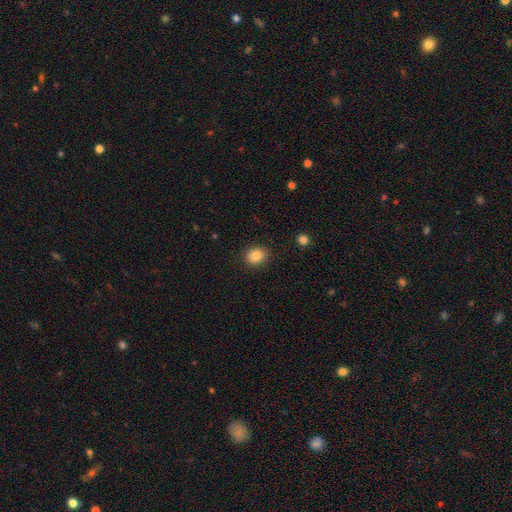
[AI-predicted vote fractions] smooth-or-featured: smooth: 85% | star or artifact: 9% | featured or disk: 5%
  how-rounded: round: 63% | in between: 37% | cigar-shaped: 1%
  merging: none: 89% | minor disturbance: 7% | major disturbance: 2% | merger: 1%